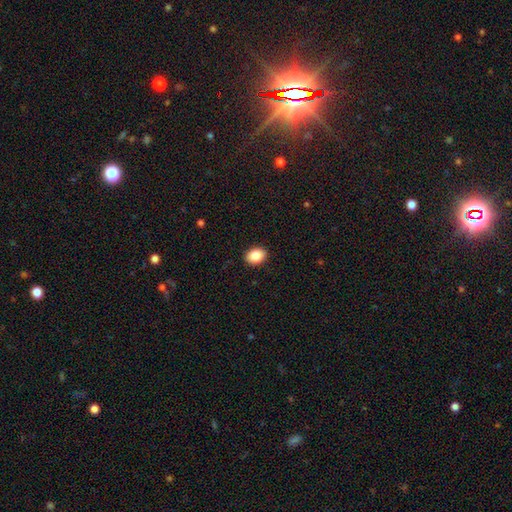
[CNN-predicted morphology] type=smooth (88%); roundness=in between (71%); merging=none (90%).